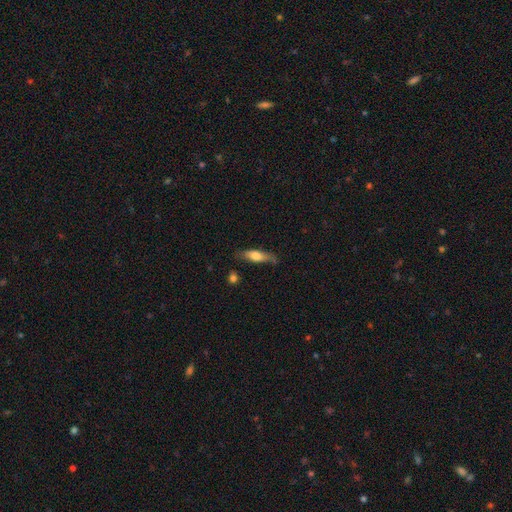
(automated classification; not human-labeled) smooth 62%, featured or disk 31%, star or artifact 6%. Down the decision tree: how rounded — cigar-shaped (59%); merging — none (68%).